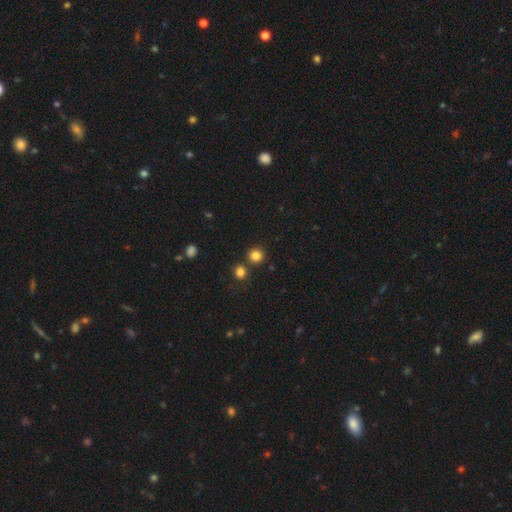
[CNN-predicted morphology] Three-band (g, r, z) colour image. It shows a smooth galaxy with no disk features (83%) that is round (91%). Merging: none (80%).